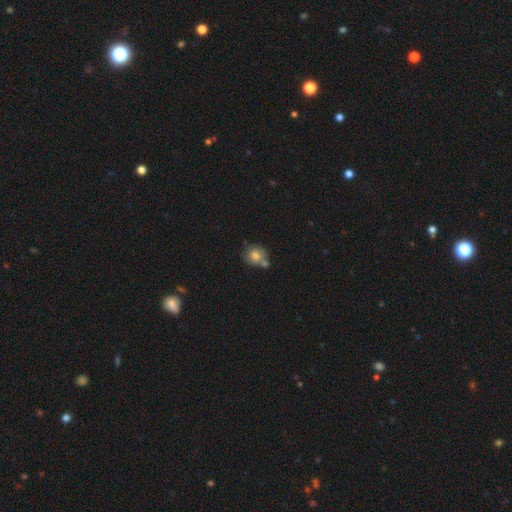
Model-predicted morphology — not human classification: Smooth or featured: smooth — 77% (featured or disk — 13%)
How rounded: round — 79% (in between — 20%)
Merging: none — 53% (merger — 27%)